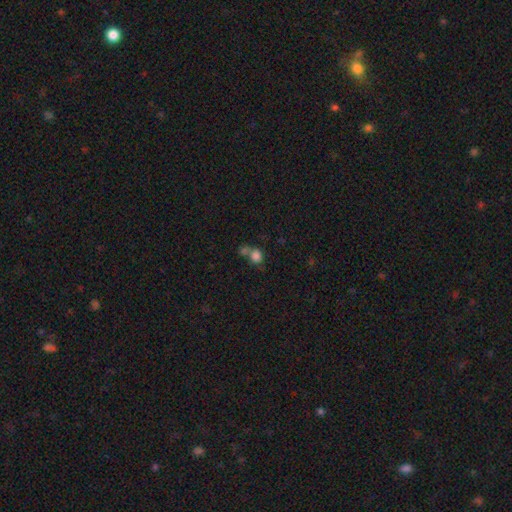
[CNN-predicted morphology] The model was most divided on "merging": merger: 48%, none: 35%, minor disturbance: 10%, major disturbance: 7%. More confident: smooth or featured — smooth (80%); how rounded — round (72%).